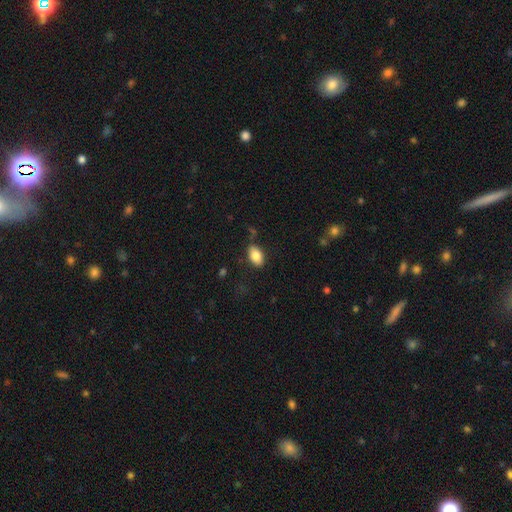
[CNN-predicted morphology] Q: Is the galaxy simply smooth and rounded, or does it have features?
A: smooth — 84%.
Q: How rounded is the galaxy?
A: in between — 91%.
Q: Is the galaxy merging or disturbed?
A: none — 79%.